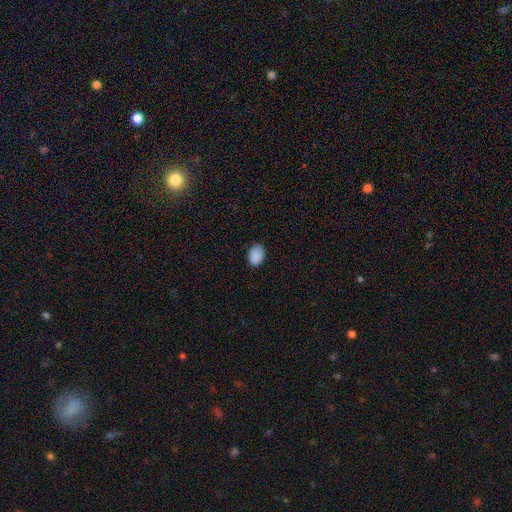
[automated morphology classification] Q: Smooth or featured?
A: smooth (88%); runner-up: star or artifact (8%)
Q: How rounded?
A: in between (80%); runner-up: round (19%)
Q: Merging?
A: none (76%); runner-up: minor disturbance (19%)